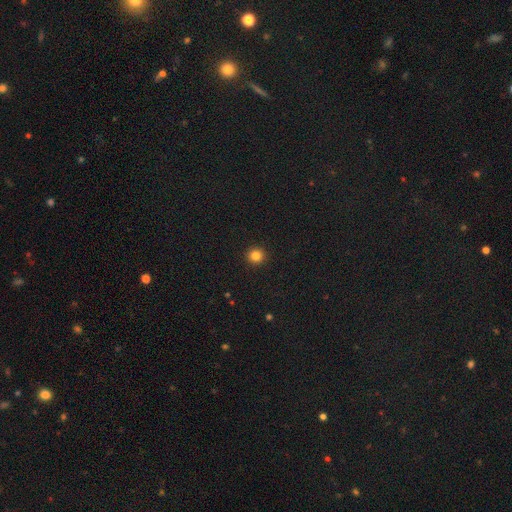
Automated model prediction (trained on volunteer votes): smooth-or-featured: smooth: 83% | star or artifact: 12% | featured or disk: 4%
  how-rounded: round: 95% | in between: 4% | cigar-shaped: 1%
  merging: none: 94% | minor disturbance: 4% | major disturbance: 1% | merger: 1%